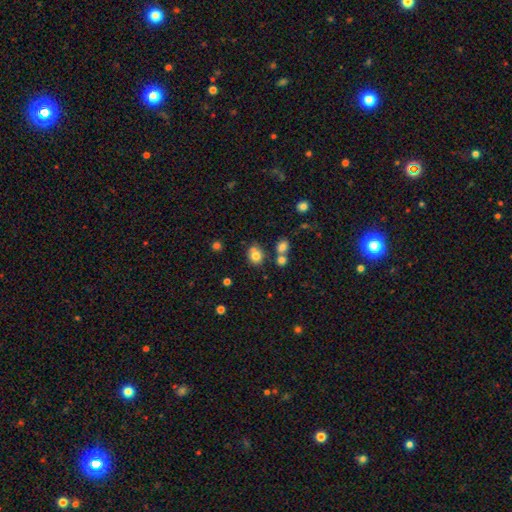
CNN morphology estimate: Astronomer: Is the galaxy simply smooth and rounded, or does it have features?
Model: smooth — 79%.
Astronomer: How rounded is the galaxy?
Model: round — 63%.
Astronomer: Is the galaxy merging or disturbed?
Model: none — 62%.